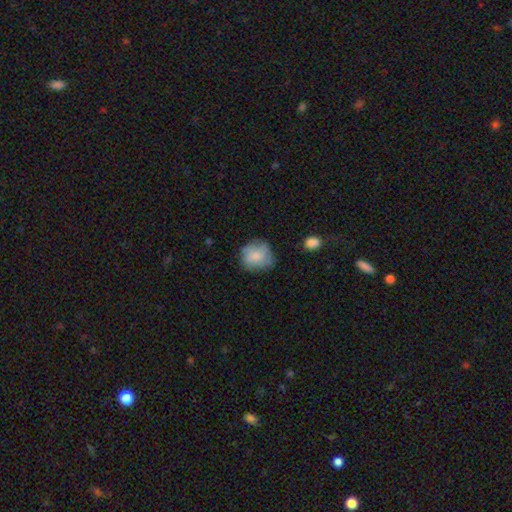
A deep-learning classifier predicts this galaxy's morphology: Smooth or featured? Predicted: smooth (p=0.77). How rounded? Predicted: round (p=0.82). Merging? Predicted: none (p=0.66).